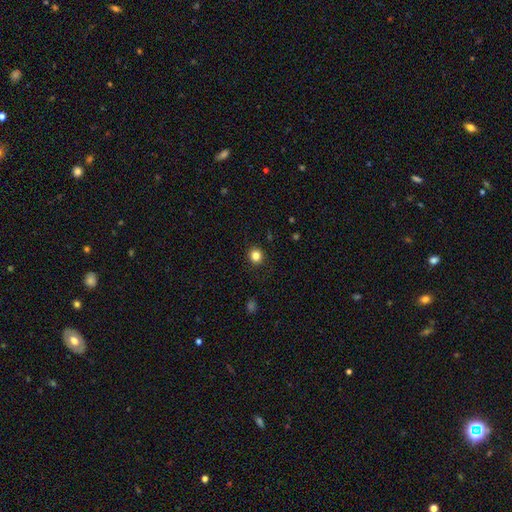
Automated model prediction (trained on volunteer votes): smooth_or_featured: smooth (p=0.83) [alt: star or artifact p=0.12]
how_rounded: round (p=0.88) [alt: in between p=0.11]
merging: none (p=0.91) [alt: minor disturbance p=0.06]